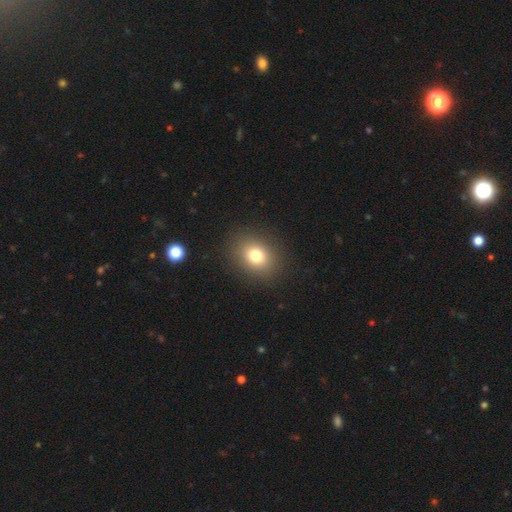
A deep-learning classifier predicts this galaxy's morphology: type=smooth (77%); roundness=round (53%); merging=none (89%).